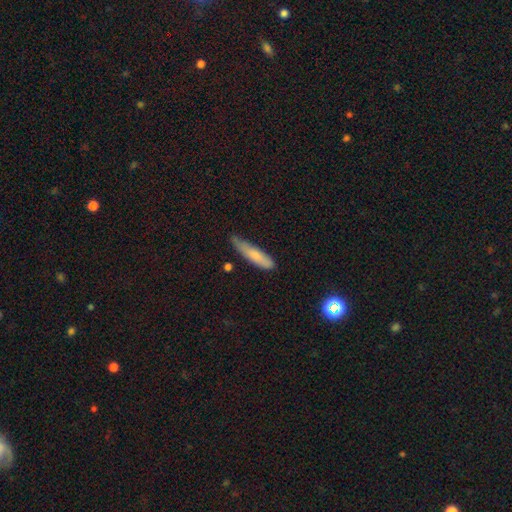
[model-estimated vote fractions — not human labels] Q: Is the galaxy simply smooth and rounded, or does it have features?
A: smooth — 76%.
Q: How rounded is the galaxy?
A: cigar-shaped — 82%.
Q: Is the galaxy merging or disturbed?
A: none — 52%.